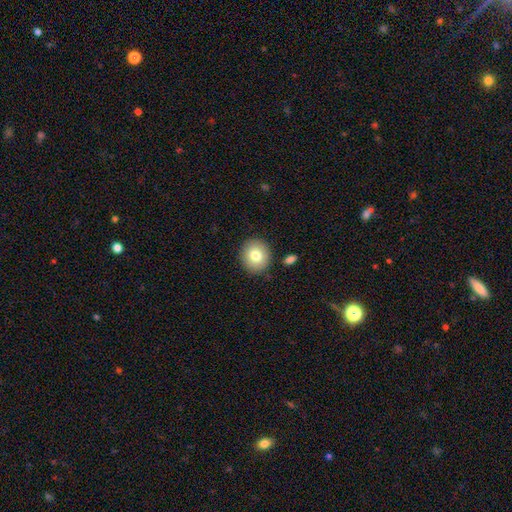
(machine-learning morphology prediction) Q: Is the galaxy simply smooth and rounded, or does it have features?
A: smooth — 79%.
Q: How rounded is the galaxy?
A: round — 85%.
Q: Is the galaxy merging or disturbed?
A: none — 87%.